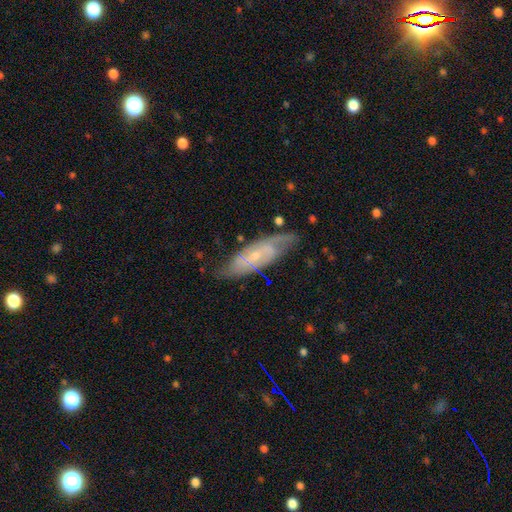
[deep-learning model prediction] smooth-or-featured: featured or disk: 74% | smooth: 20% | star or artifact: 6%
  disk-edge-on: no: 81% | yes: 19%
    bar: no: 52% | weak: 38% | strong: 10%
    has-spiral-arms: yes: 88% | no: 12%
      spiral-winding: medium: 42% | tight: 41% | loose: 16%
      spiral-arm-count: 2: 54% | can't tell: 31% | 3: 7% | 1: 3% | 4: 3% | more than 4: 2%
    bulge-size: small: 70% | moderate: 24% | none: 4% | large: 1% | dominant: 1%
  merging: none: 69% | minor disturbance: 22% | major disturbance: 7% | merger: 2%